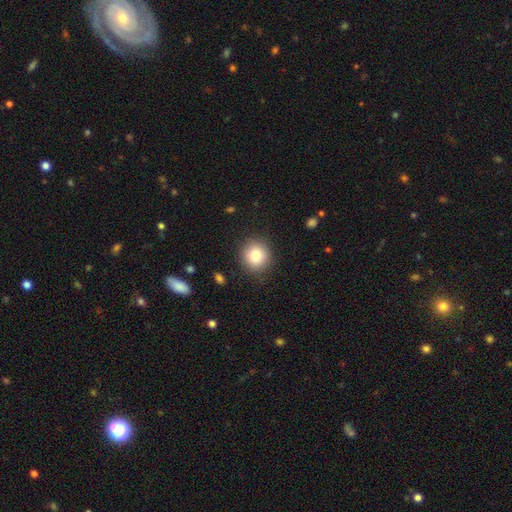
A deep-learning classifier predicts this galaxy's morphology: This appears to be a smooth galaxy with no disk features (82%) that is round (89%). Merging: none (89%).